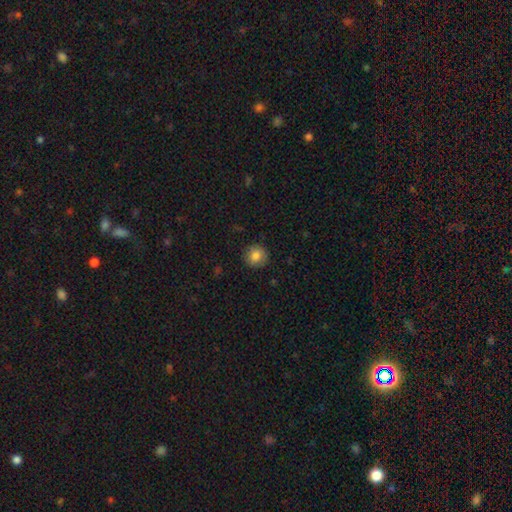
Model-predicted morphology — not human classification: Smooth or featured? smooth (82%)
How rounded? round (91%)
Merging? none (89%)